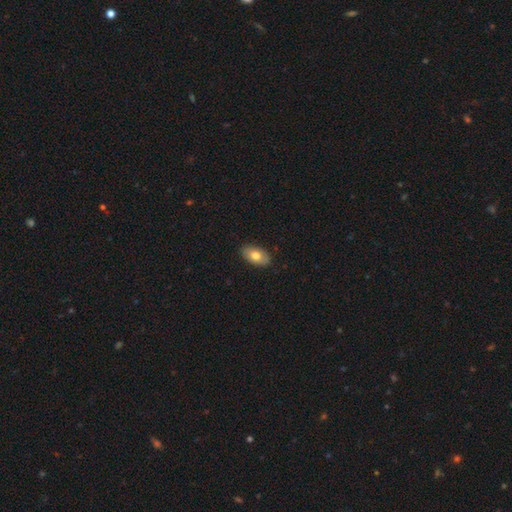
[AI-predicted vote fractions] This is likely a smooth galaxy (77%). How rounded: clearly in between (93%). Merging: clearly none (88%).